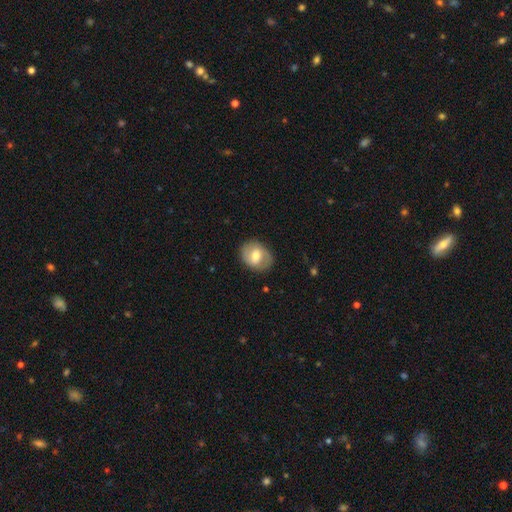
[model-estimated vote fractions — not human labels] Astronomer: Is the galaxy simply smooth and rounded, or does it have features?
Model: smooth — 53% (runner-up: featured or disk, 40%).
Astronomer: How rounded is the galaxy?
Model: in between — 56% (runner-up: round, 43%).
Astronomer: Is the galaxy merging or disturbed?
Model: none — 82%.